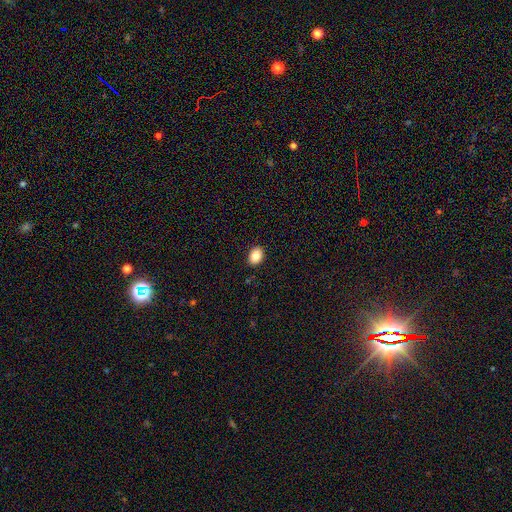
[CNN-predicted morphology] Q: Smooth or featured?
A: smooth (86%); runner-up: star or artifact (8%)
Q: How rounded?
A: in between (77%); runner-up: round (22%)
Q: Merging?
A: none (90%); runner-up: minor disturbance (7%)